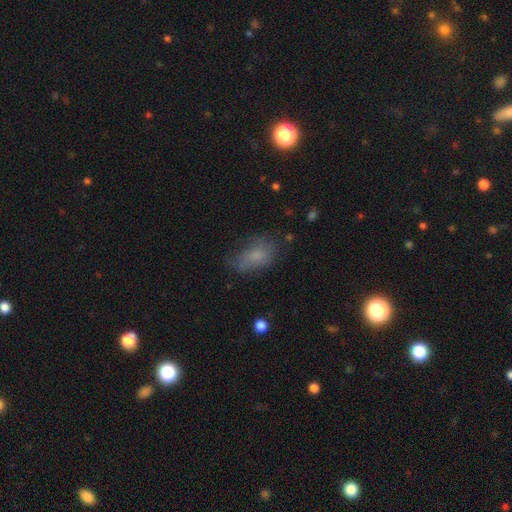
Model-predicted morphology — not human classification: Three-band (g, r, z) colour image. It shows a smooth galaxy with no disk features (71%) that is in between round and cigar-shaped (87%). Merging: none (55%).